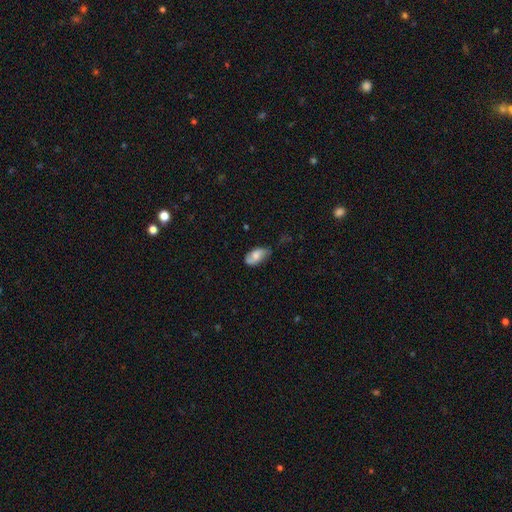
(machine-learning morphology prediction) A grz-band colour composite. It shows a smooth galaxy with no disk features (64%) that is in between round and cigar-shaped (92%). Merging: none (51%).